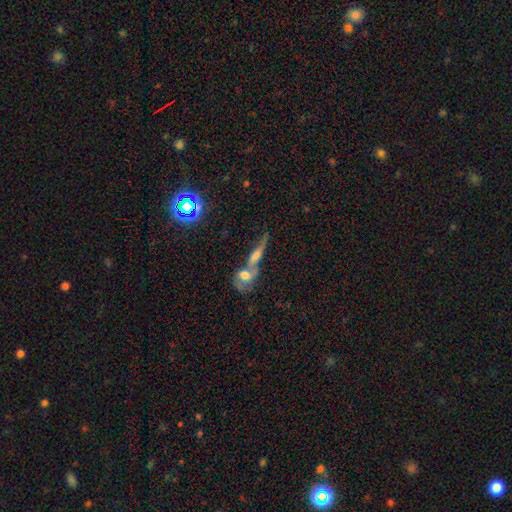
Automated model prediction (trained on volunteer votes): Q: Smooth or featured?
A: featured or disk (48%); runner-up: smooth (39%)
Q: Merging?
A: merger (62%); runner-up: none (23%)